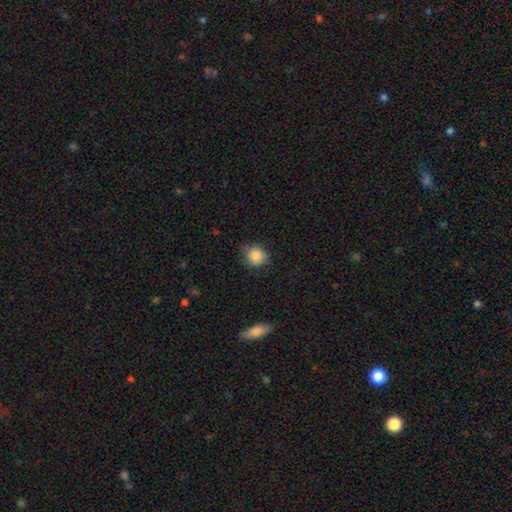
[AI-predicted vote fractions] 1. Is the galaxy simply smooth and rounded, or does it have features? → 85% smooth, 9% star or artifact, 6% featured or disk.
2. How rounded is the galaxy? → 84% round, 15% in between, 1% cigar-shaped.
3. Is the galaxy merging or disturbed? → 73% none, 22% minor disturbance, 4% major disturbance, 1% merger.